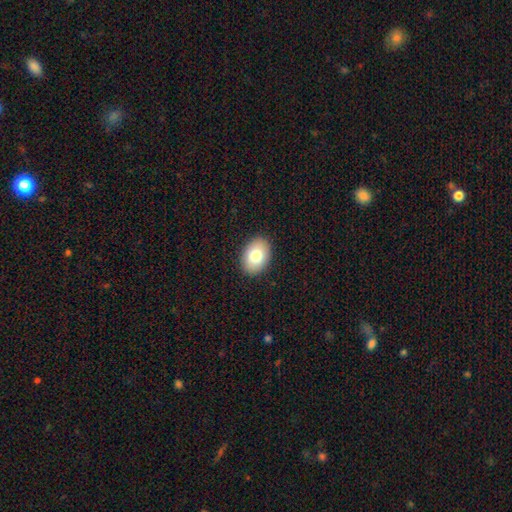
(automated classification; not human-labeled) smooth_or_featured: smooth (p=0.78) [alt: featured or disk p=0.14]
how_rounded: in between (p=0.79) [alt: round p=0.20]
merging: none (p=0.90) [alt: minor disturbance p=0.07]